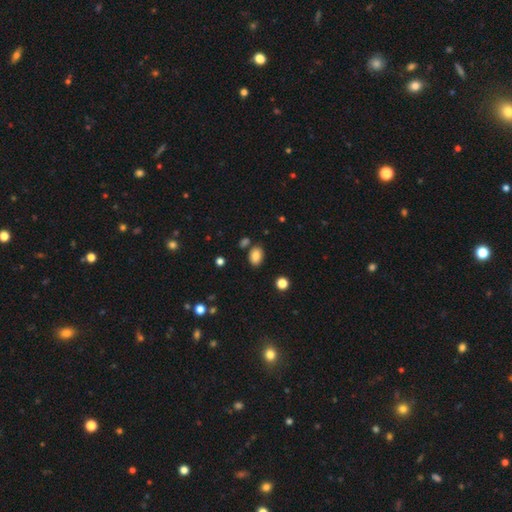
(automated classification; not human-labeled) Smooth or featured: smooth — 83% (star or artifact — 10%)
How rounded: in between — 78% (round — 21%)
Merging: none — 79% (minor disturbance — 11%)